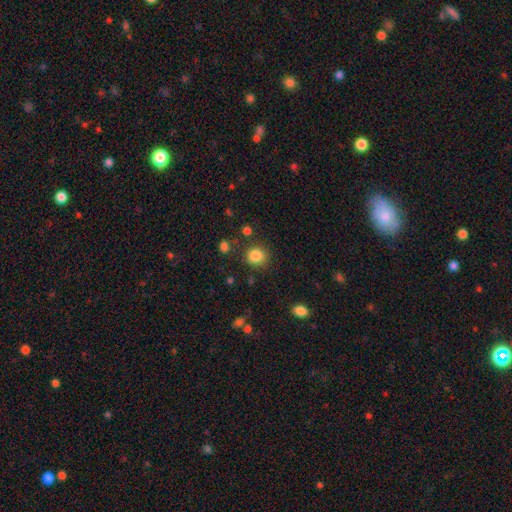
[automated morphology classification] The model was most divided on "how rounded": round: 84%, in between: 15%, cigar-shaped: 1%. More confident: smooth or featured — smooth (85%); merging — none (84%).